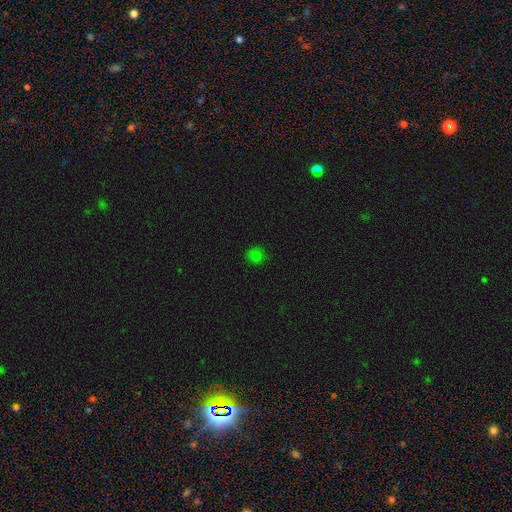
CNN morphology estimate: smooth_or_featured: smooth (p=0.75) [alt: star or artifact p=0.21]
how_rounded: round (p=0.87) [alt: in between p=0.12]
merging: none (p=0.86) [alt: minor disturbance p=0.10]